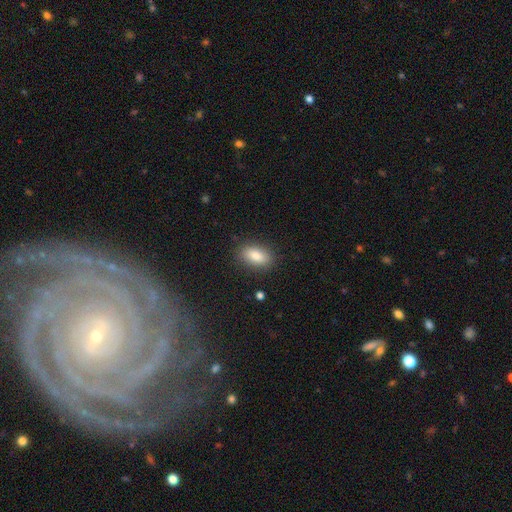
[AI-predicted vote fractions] A smooth galaxy with no disk features (83%) that is in between round and cigar-shaped (87%). Merging: none (87%).